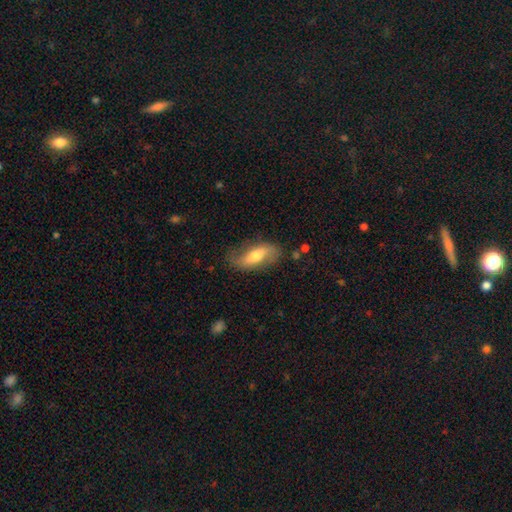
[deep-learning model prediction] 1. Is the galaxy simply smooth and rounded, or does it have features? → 49% featured or disk, 45% smooth, 6% star or artifact.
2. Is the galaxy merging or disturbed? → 73% none, 19% minor disturbance, 6% major disturbance, 2% merger.